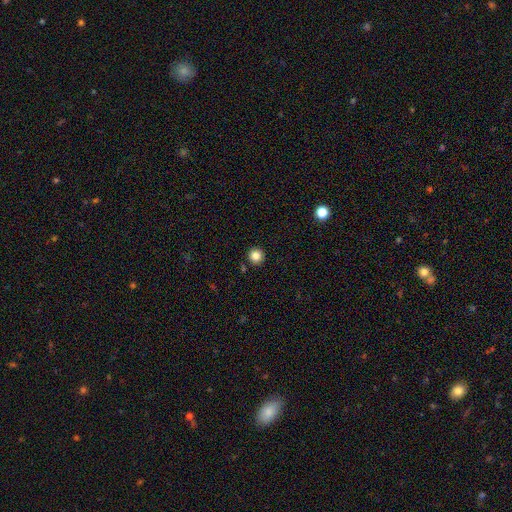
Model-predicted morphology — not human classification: type=smooth (84%); roundness=round (96%); merging=none (92%).